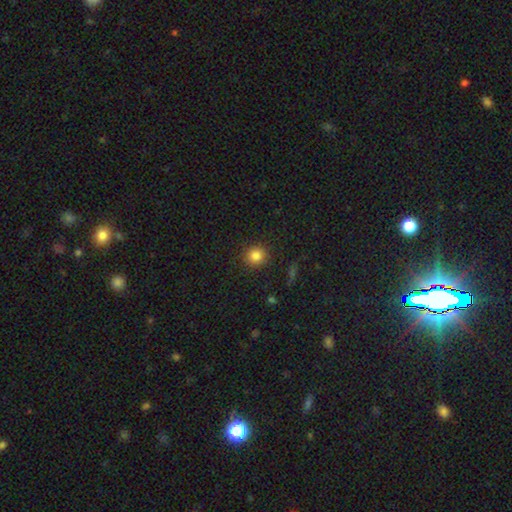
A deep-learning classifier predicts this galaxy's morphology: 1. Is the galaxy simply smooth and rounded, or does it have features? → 83% smooth, 11% star or artifact, 6% featured or disk.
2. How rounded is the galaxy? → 90% round, 9% in between, 1% cigar-shaped.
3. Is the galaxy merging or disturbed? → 90% none, 7% minor disturbance, 2% major disturbance, 1% merger.